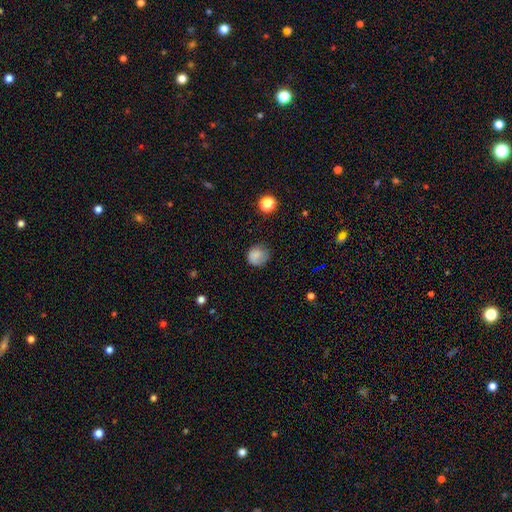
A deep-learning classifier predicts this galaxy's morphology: smooth 83%, star or artifact 10%, featured or disk 7%. Down the decision tree: how rounded — round (87%); merging — none (69%).